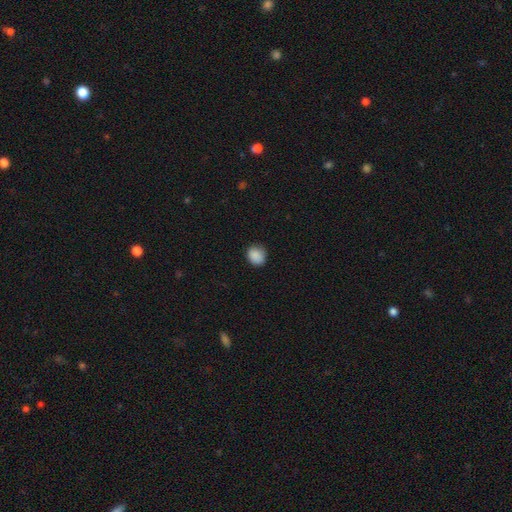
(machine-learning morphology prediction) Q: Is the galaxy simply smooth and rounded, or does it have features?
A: smooth — 89%.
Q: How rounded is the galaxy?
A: round — 63%.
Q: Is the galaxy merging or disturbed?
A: none — 80%.